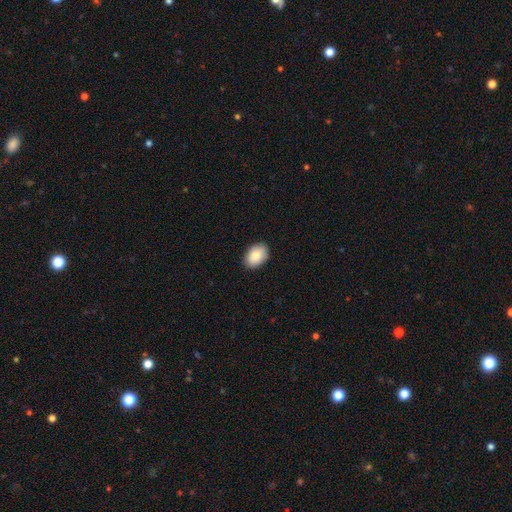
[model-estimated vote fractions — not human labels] smooth-or-featured: smooth: 87% | featured or disk: 7% | star or artifact: 6%
  how-rounded: in between: 87% | round: 12% | cigar-shaped: 1%
  merging: none: 89% | minor disturbance: 9% | major disturbance: 2% | merger: 1%